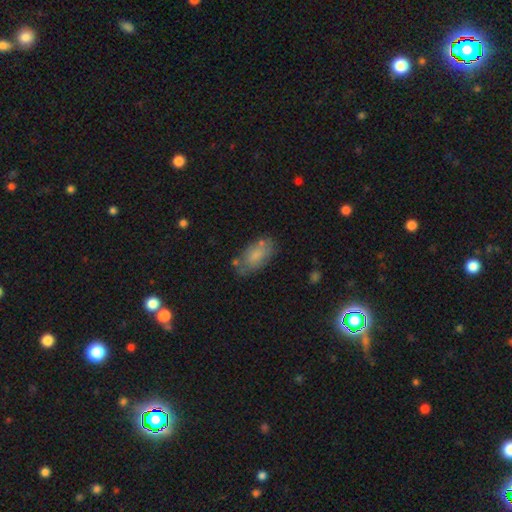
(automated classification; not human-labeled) Smooth or featured? Predicted: smooth (p=0.75). How rounded? Predicted: in between (p=0.92). Merging? Predicted: none (p=0.61).